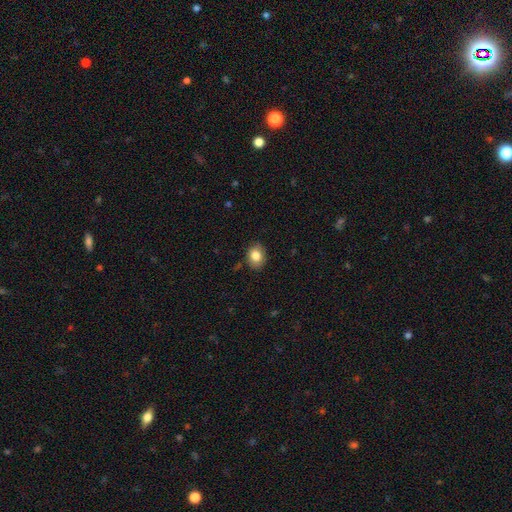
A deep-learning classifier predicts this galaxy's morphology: Q: Smooth or featured?
A: smooth (82%); runner-up: featured or disk (9%)
Q: How rounded?
A: in between (55%); runner-up: round (44%)
Q: Merging?
A: none (84%); runner-up: minor disturbance (13%)